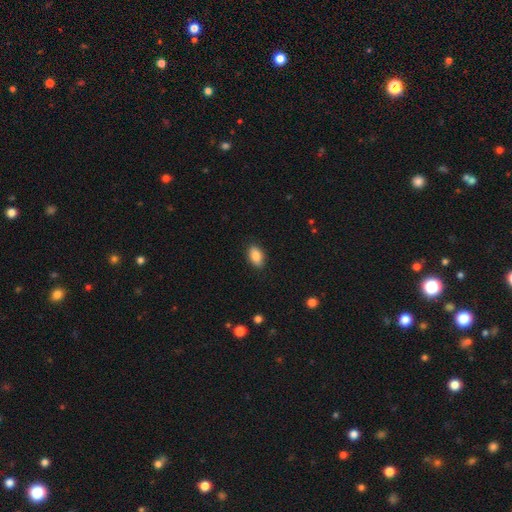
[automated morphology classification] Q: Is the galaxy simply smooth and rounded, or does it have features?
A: smooth — 86%.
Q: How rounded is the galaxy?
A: in between — 91%.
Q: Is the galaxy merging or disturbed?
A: none — 87%.